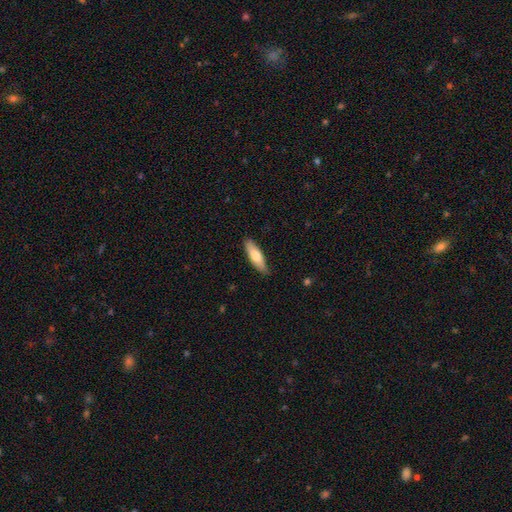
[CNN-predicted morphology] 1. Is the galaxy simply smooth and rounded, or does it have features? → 71% smooth, 24% featured or disk, 5% star or artifact.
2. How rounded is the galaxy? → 54% cigar-shaped, 44% in between, 2% round.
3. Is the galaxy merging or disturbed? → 85% none, 12% minor disturbance, 2% major disturbance, 1% merger.